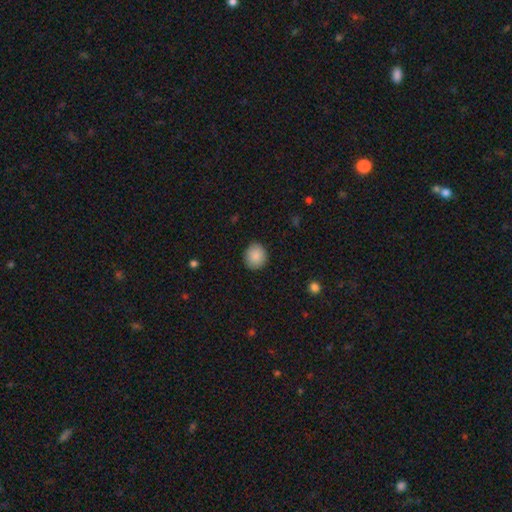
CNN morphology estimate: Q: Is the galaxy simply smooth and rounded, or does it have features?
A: smooth — 89%.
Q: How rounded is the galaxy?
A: round — 79%.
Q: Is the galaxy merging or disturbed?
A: none — 89%.